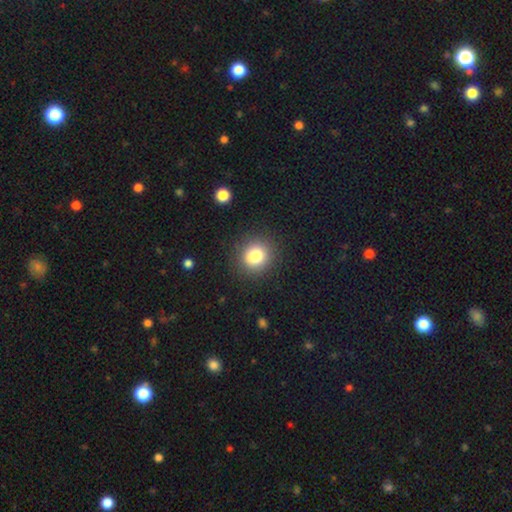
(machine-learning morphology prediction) A smooth galaxy with no disk features (80%) that is round (87%).

Vote fractions:
- Smooth or featured? smooth: 80% / star or artifact: 12% / featured or disk: 8%
- How rounded? round: 87% / in between: 12% / cigar-shaped: 1%
- Merging? none: 88% / minor disturbance: 7% / major disturbance: 3% / merger: 1%